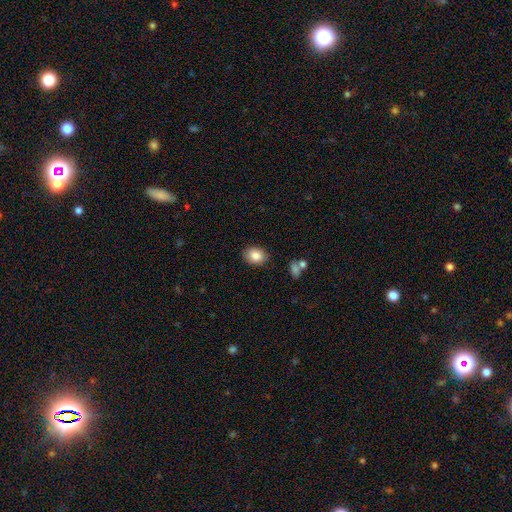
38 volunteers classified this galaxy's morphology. smooth-or-featured: smooth: 84% | featured or disk: 8% | star or artifact: 8%
  how-rounded: in between: 84% | round: 12% | cigar-shaped: 3%
  merging: none: 86% | minor disturbance: 11% | merger: 3% | major disturbance: 0%